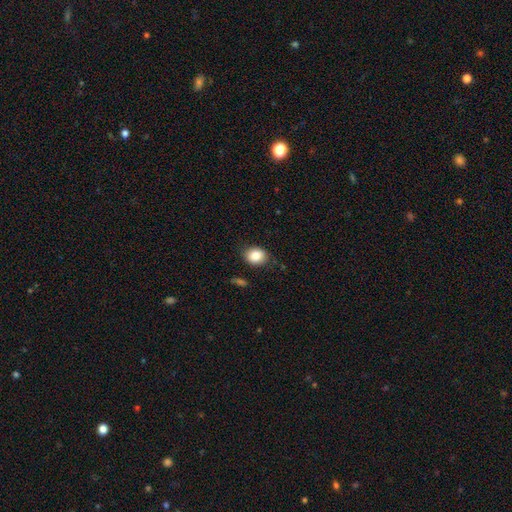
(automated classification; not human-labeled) Overall: smooth (85%). How rounded: in between (53%; round 46%). Merging: none (82%).